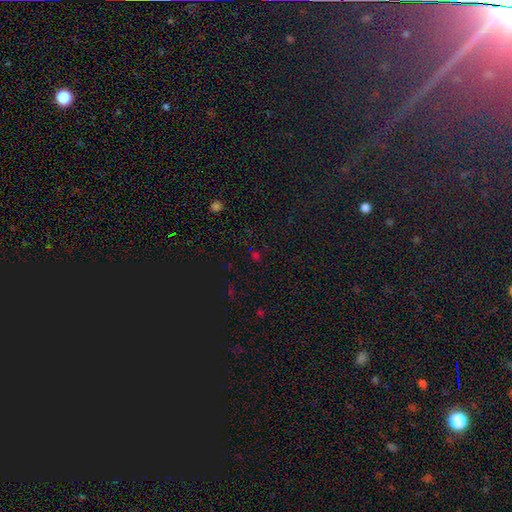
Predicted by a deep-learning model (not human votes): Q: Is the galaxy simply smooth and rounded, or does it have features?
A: star or artifact — 59%.